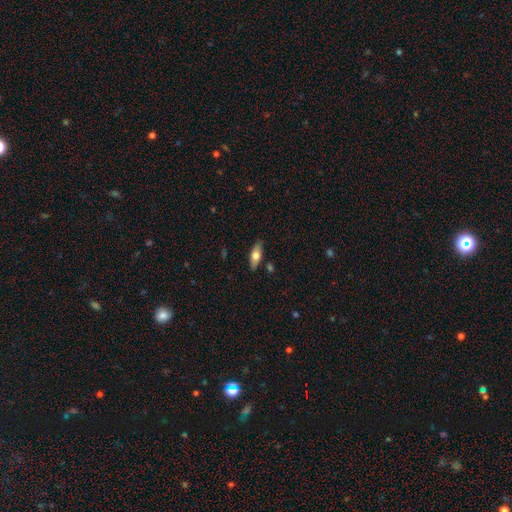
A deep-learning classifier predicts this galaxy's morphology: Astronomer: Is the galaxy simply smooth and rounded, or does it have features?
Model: smooth — 62%.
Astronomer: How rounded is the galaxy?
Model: in between — 67%.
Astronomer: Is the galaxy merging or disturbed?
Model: none — 84%.